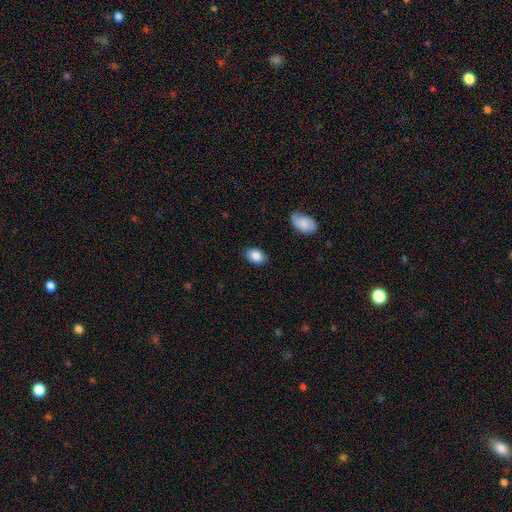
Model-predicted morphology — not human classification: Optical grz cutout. It shows a smooth galaxy with no disk features (86%) that is in between round and cigar-shaped (83%). Merging: none (86%).